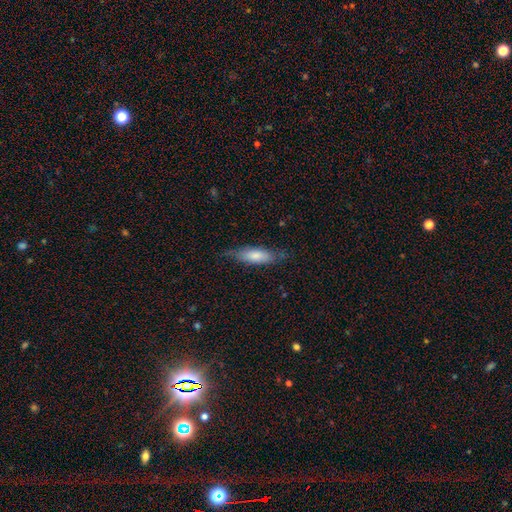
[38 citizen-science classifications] A smooth galaxy with no disk features (58%) that is in between round and cigar-shaped (68%). Merging: none (55%).